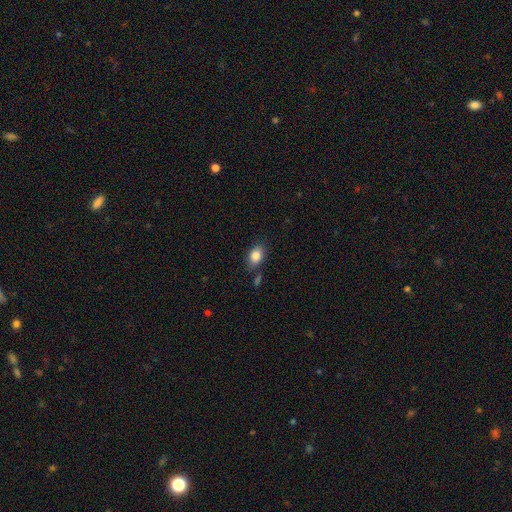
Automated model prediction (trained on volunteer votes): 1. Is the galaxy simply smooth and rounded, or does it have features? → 84% smooth, 8% star or artifact, 8% featured or disk.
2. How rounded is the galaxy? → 82% in between, 16% round, 2% cigar-shaped.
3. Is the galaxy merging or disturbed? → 74% none, 16% minor disturbance, 7% merger, 4% major disturbance.